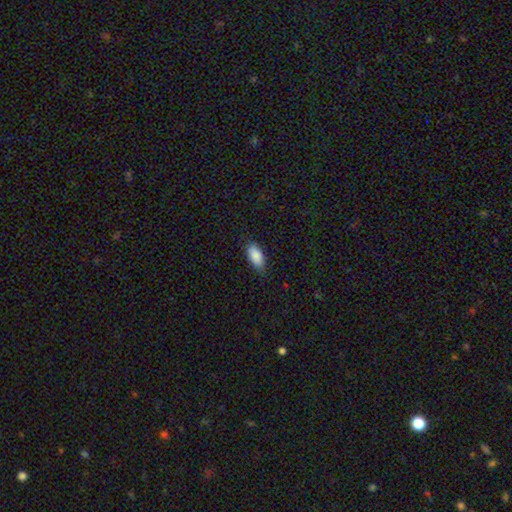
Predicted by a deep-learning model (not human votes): Morphology: type=smooth (89%); roundness=in between (91%); merging=none (83%).